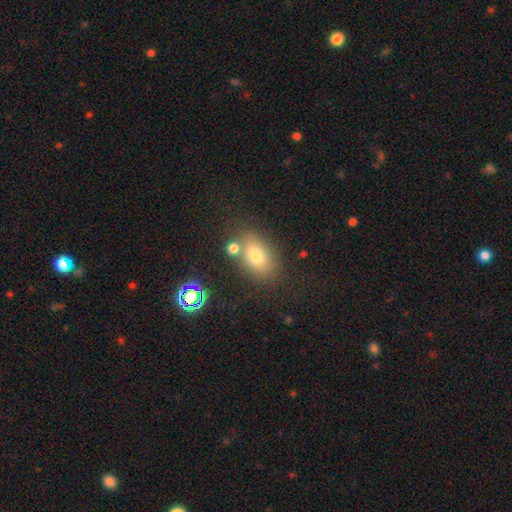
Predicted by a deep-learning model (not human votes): A smooth galaxy with no disk features (75%) that is in between round and cigar-shaped (78%).

Vote fractions:
- Smooth or featured? smooth: 75% / star or artifact: 13% / featured or disk: 13%
- How rounded? in between: 78% / round: 20% / cigar-shaped: 2%
- Merging? none: 67% / merger: 15% / minor disturbance: 13% / major disturbance: 5%